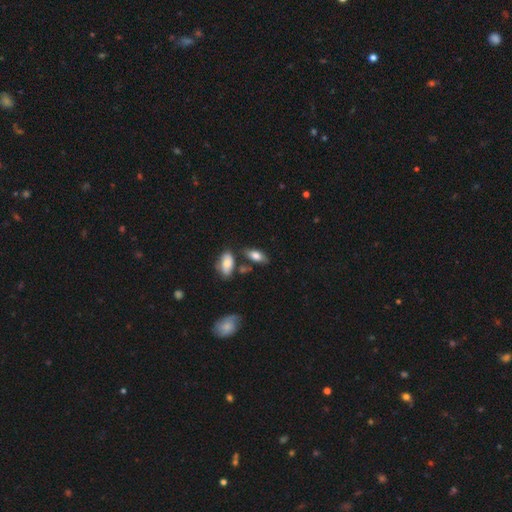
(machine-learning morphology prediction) smooth 75%, featured or disk 18%, star or artifact 7%. Down the decision tree: how rounded — in between (86%); merging — none (69%).